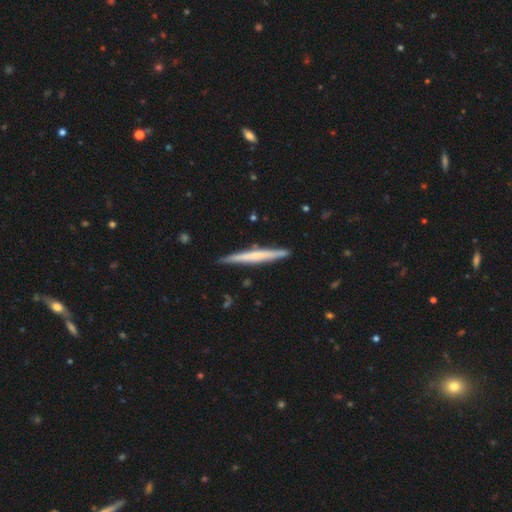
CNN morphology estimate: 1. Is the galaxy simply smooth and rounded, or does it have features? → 54% featured or disk, 41% smooth, 5% star or artifact.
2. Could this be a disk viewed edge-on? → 97% yes, 3% no.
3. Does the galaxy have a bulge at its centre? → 57% none, 32% rounded, 10% boxy.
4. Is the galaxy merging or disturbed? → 89% none, 8% minor disturbance, 1% merger, 1% major disturbance.